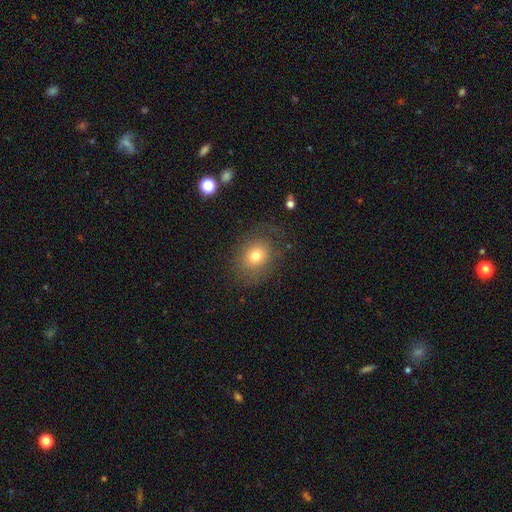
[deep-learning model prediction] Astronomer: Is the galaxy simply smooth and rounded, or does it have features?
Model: smooth — 71%.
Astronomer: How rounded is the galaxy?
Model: round — 53% (runner-up: in between, 46%).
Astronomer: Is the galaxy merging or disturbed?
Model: none — 72%.